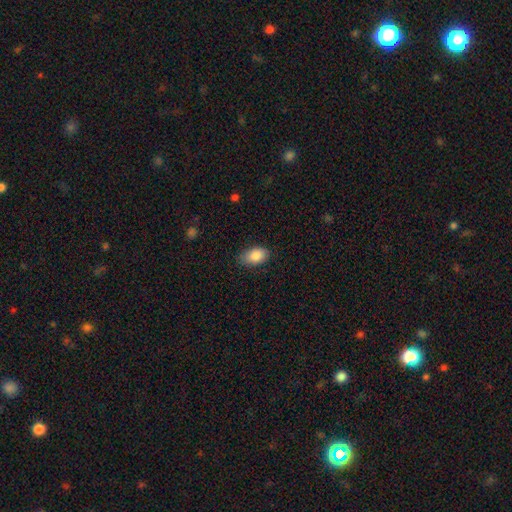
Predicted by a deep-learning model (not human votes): Morphology: type=smooth (88%); roundness=in between (91%); merging=none (78%).